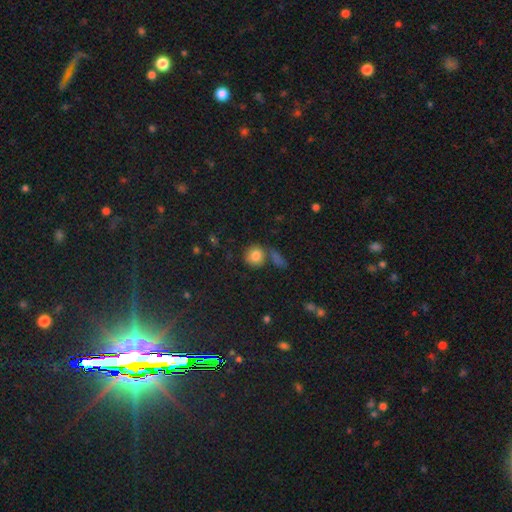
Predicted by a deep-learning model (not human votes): Smooth or featured?
  - smooth: 81% *
  - star or artifact: 10%
  - featured or disk: 9%
How rounded?
  - round: 84% *
  - in between: 15%
  - cigar-shaped: 1%
Merging?
  - none: 60% *
  - merger: 22%
  - minor disturbance: 13%
  - major disturbance: 6%